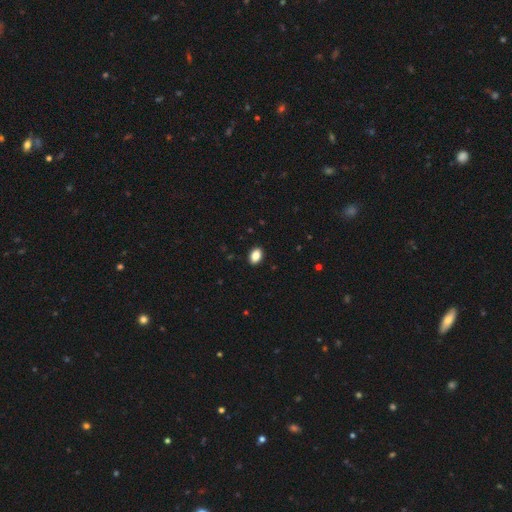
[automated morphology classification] A smooth galaxy with no disk features (87%) that is in between round and cigar-shaped (85%).

Vote fractions:
- Smooth or featured? smooth: 87% / star or artifact: 8% / featured or disk: 5%
- How rounded? in between: 85% / round: 14% / cigar-shaped: 1%
- Merging? none: 91% / minor disturbance: 6% / major disturbance: 2% / merger: 1%